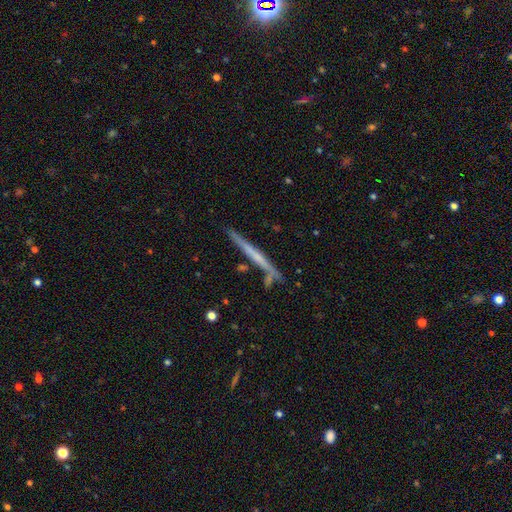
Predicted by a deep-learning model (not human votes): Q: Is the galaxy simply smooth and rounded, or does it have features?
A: featured or disk — 60%.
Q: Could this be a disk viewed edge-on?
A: yes — 97%.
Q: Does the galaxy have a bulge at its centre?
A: none — 76%.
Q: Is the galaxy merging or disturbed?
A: none — 81%.